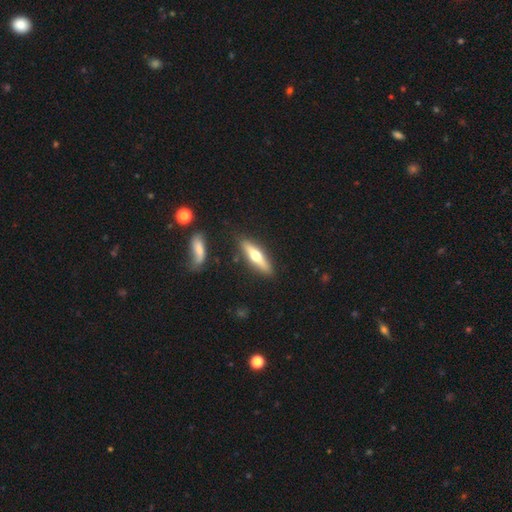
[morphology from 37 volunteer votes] A featured or disk galaxy (62%) viewed edge-on (100%) with a rounded central bulge (100%).

Vote fractions:
- Smooth or featured? featured or disk: 62% / smooth: 38% / star or artifact: 0%
- Edge-on disk? yes: 100% / no: 0%
- Edge-on bulge? rounded: 100% / boxy: 0% / none: 0%
- Merging? none: 78% / minor disturbance: 14% / major disturbance: 8% / merger: 0%